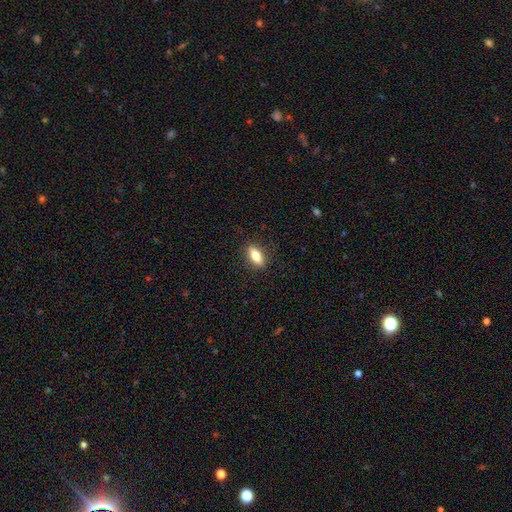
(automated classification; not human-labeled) smooth-or-featured: smooth: 74% | featured or disk: 19% | star or artifact: 7%
  how-rounded: in between: 73% | cigar-shaped: 23% | round: 4%
  merging: none: 87% | minor disturbance: 10% | major disturbance: 3% | merger: 1%